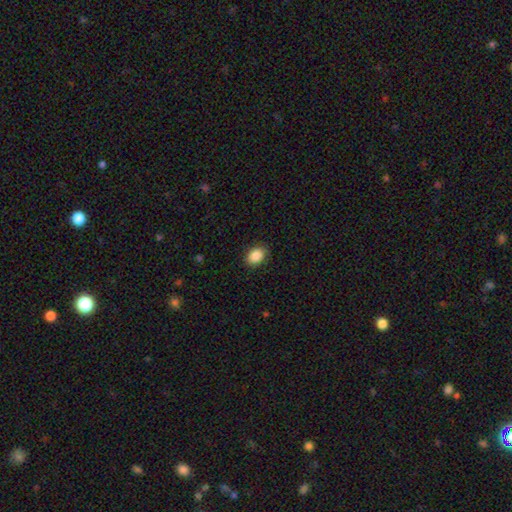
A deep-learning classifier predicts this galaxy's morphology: This is clearly a smooth galaxy (88%). How rounded: likely in between (72%). Merging: clearly none (87%).